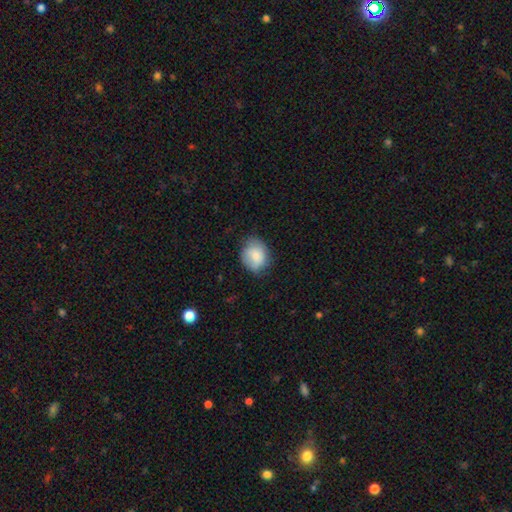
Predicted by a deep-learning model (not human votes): This is likely a smooth galaxy (79%). How rounded: possibly round (52%). Merging: likely none (66%).